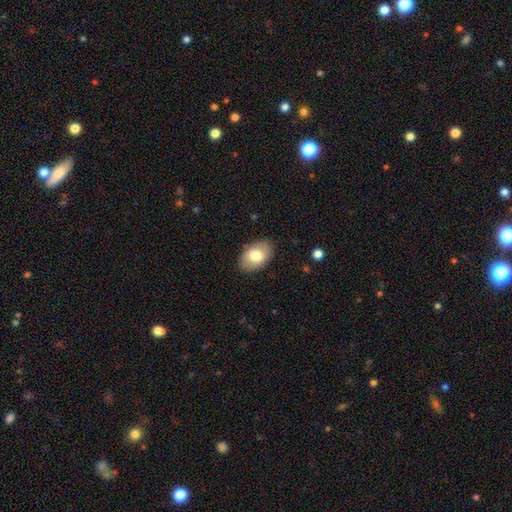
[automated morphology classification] This is likely a smooth galaxy (77%). How rounded: clearly in between (90%). Merging: clearly none (86%).